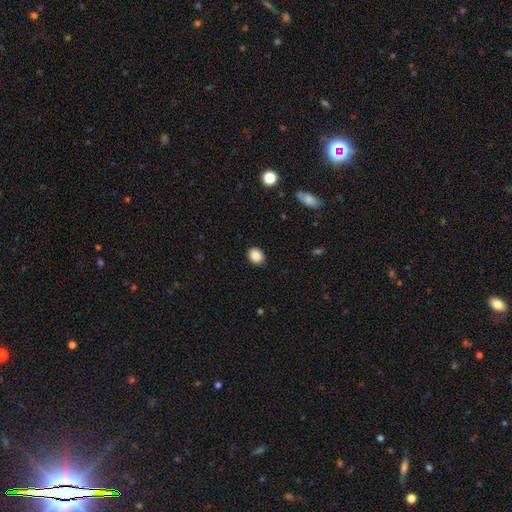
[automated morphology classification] Overall: smooth (88%). How rounded: round (66%; in between 33%). Merging: none (89%).